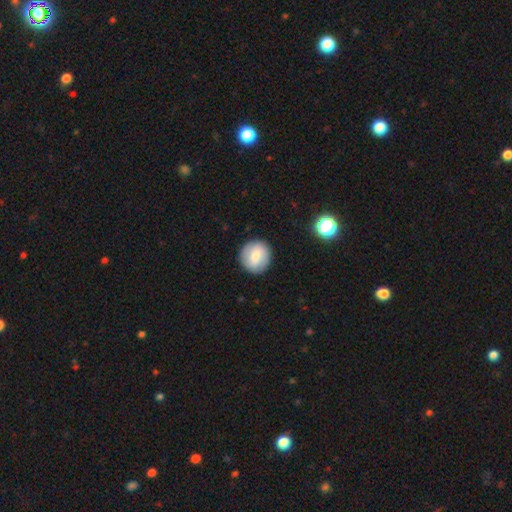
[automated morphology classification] This is likely a smooth galaxy (72%). How rounded: clearly round (93%). Merging: clearly none (90%).